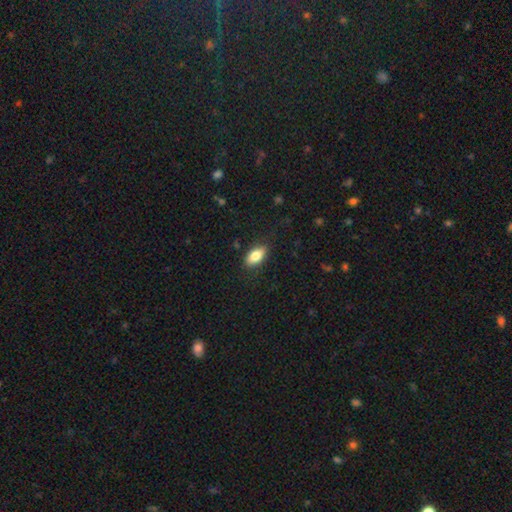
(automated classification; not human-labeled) Smooth or featured?
  - smooth: 82% *
  - featured or disk: 11%
  - star or artifact: 7%
How rounded?
  - in between: 89% *
  - cigar-shaped: 7%
  - round: 4%
Merging?
  - none: 84% *
  - minor disturbance: 12%
  - major disturbance: 3%
  - merger: 1%